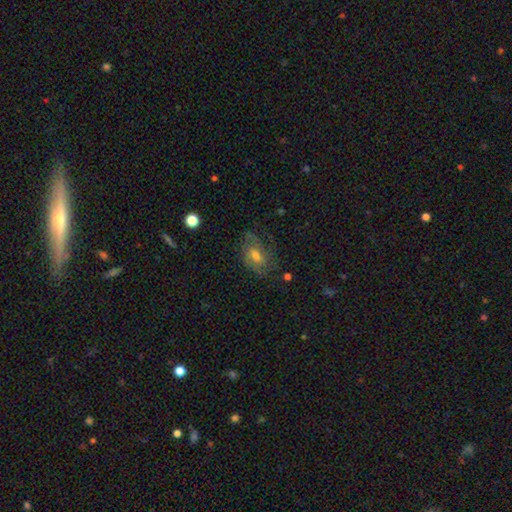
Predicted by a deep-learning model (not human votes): smooth_or_featured: featured or disk (p=0.49) [alt: smooth p=0.40]
merging: none (p=0.61) [alt: minor disturbance p=0.24]